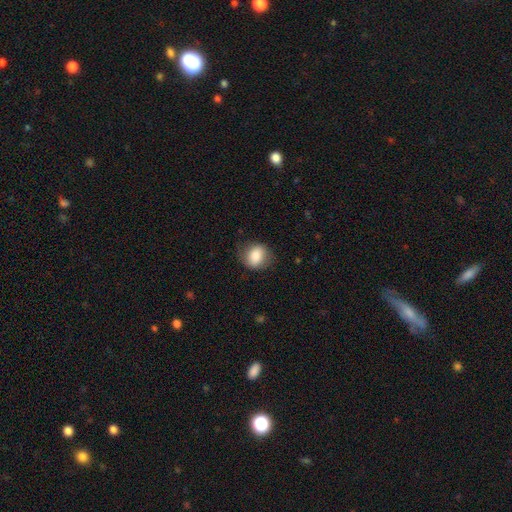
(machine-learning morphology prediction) This is likely a smooth galaxy (79%). How rounded: likely round (62%). Merging: likely none (75%).